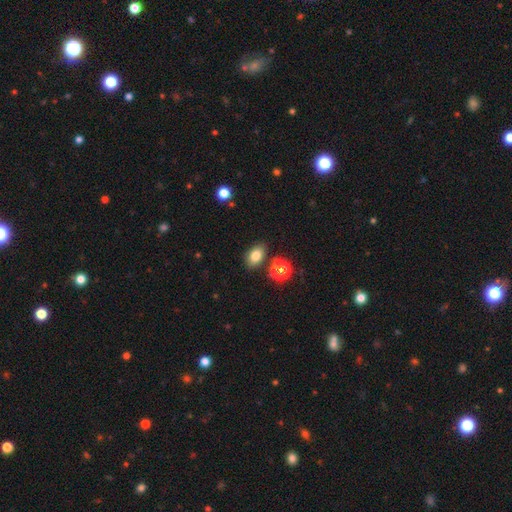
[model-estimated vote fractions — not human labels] smooth_or_featured: smooth (p=0.80) [alt: star or artifact p=0.12]
how_rounded: in between (p=0.80) [alt: round p=0.19]
merging: none (p=0.80) [alt: minor disturbance p=0.11]